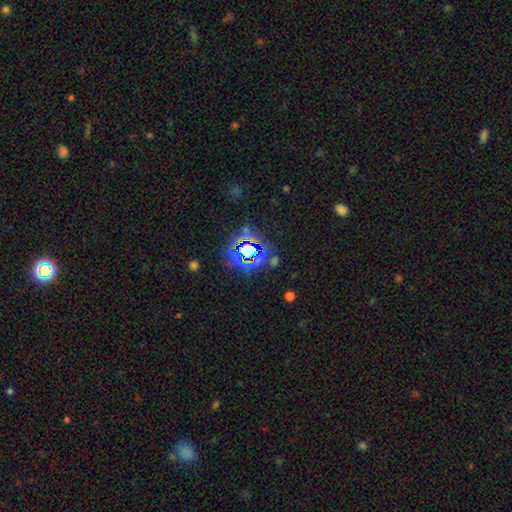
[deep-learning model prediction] A star or artifact, not a galaxy (73%).